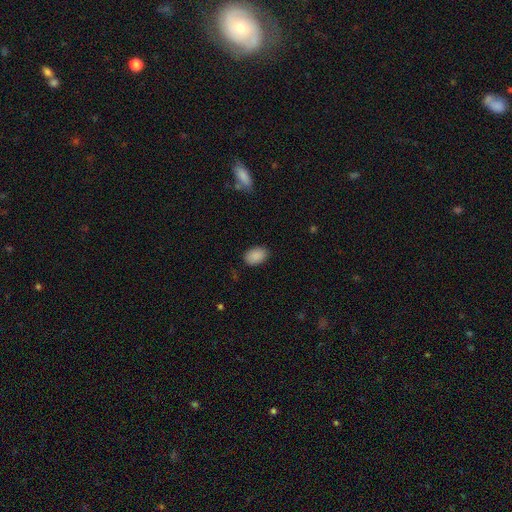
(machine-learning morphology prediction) Smooth or featured: smooth — 89% (star or artifact — 8%)
How rounded: in between — 85% (round — 14%)
Merging: none — 86% (minor disturbance — 10%)